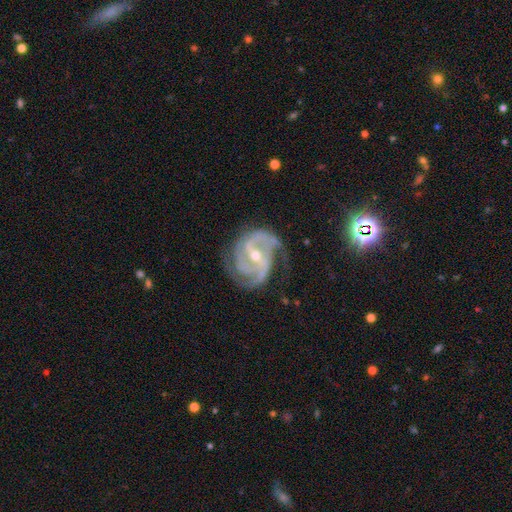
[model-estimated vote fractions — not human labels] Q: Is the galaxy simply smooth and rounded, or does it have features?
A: featured or disk — 92%.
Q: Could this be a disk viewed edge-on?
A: no — 98%.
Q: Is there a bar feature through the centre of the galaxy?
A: weak — 42%.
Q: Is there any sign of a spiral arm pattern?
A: yes — 98%.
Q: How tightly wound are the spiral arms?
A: medium — 51%.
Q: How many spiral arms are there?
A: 3 — 46%.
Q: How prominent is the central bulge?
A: small — 52%.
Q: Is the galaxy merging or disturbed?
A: none — 67%.